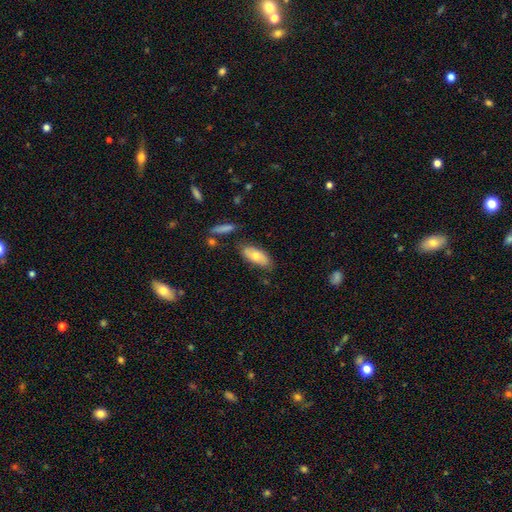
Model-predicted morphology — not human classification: This appears to be a smooth galaxy with no disk features (67%) that is in between round and cigar-shaped (85%). Merging: none (73%).